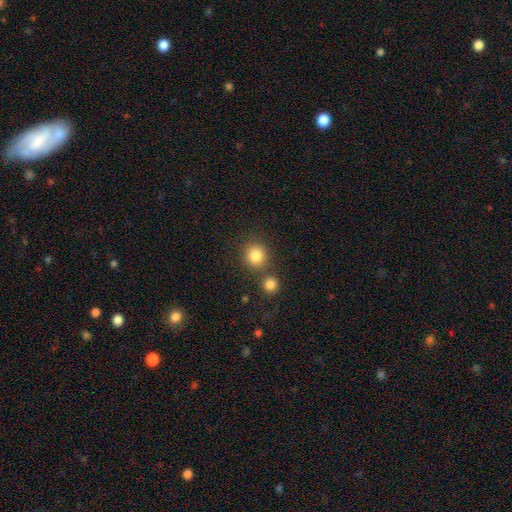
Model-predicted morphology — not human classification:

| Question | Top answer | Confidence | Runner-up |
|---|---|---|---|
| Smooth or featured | smooth | 84% | star or artifact (11%) |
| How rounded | round | 88% | in between (11%) |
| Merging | none | 73% | merger (16%) |